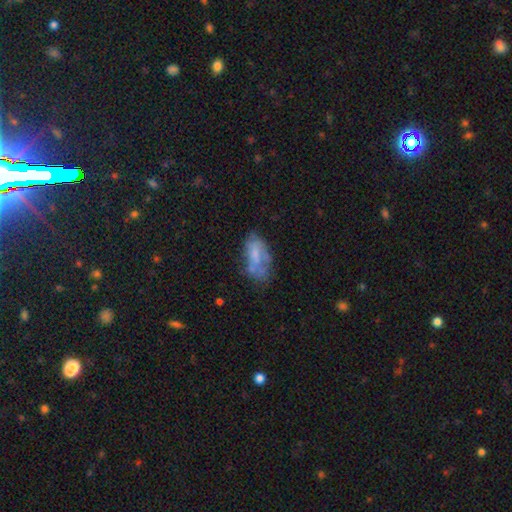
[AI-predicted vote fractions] Smooth or featured?
  - smooth: 50% *
  - featured or disk: 41%
  - star or artifact: 10%
Merging?
  - none: 39% *
  - minor disturbance: 28%
  - major disturbance: 21%
  - merger: 12%